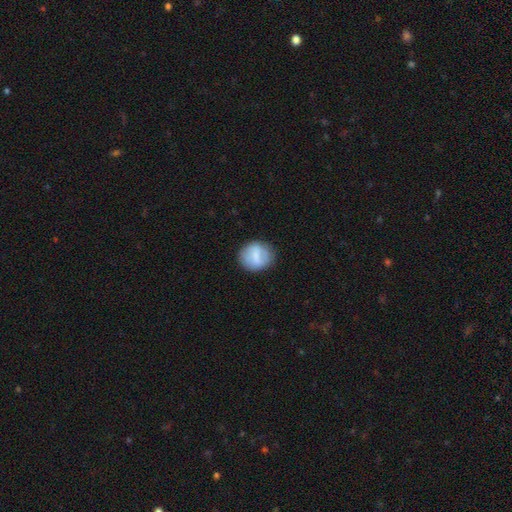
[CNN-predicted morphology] smooth_or_featured: smooth (p=0.68) [alt: featured or disk p=0.24]
how_rounded: round (p=0.76) [alt: in between p=0.23]
merging: none (p=0.82) [alt: minor disturbance p=0.13]